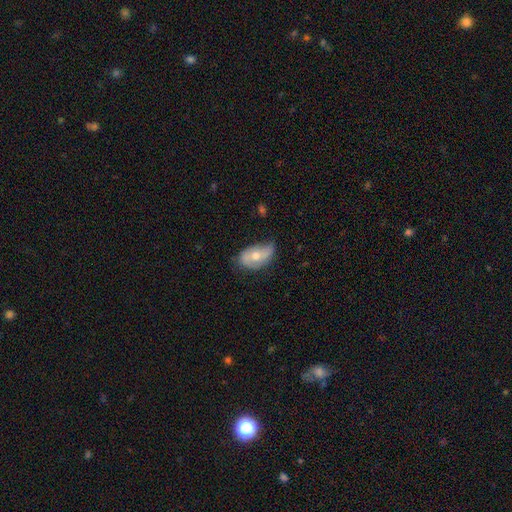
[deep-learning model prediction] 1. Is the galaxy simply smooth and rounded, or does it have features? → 49% featured or disk, 44% smooth, 7% star or artifact.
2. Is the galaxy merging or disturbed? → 53% none, 36% minor disturbance, 9% major disturbance, 2% merger.